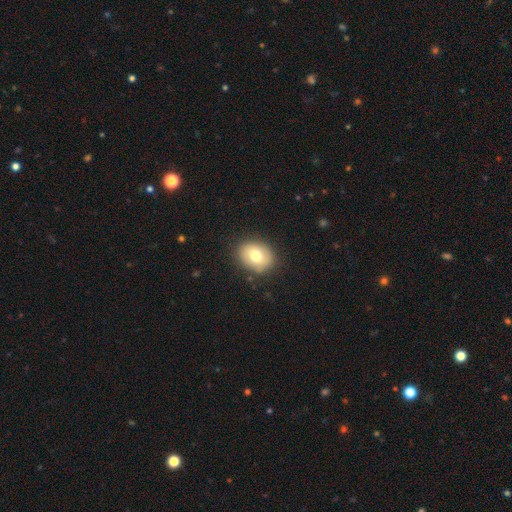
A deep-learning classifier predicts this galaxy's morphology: Overall: smooth (74%). How rounded: in between (56%; round 43%). Merging: none (85%).